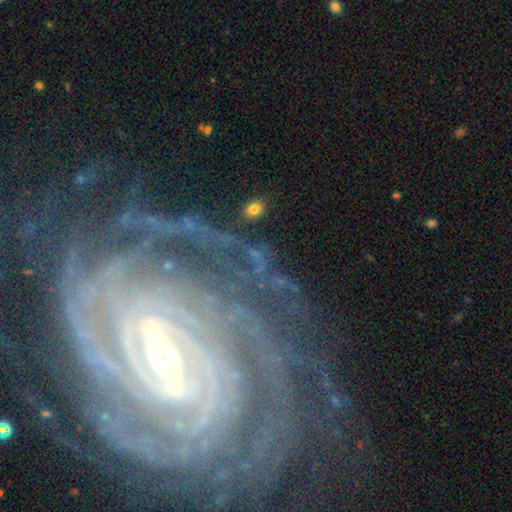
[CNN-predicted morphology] Smooth or featured? featured or disk (85%)
Edge-on disk? no (94%)
Bar? strong (51%)
Spiral arms? yes (95%)
Spiral winding? tight (75%)
Spiral arm count? can't tell (26%)
Bulge size? small (54%)
Merging? none (72%)